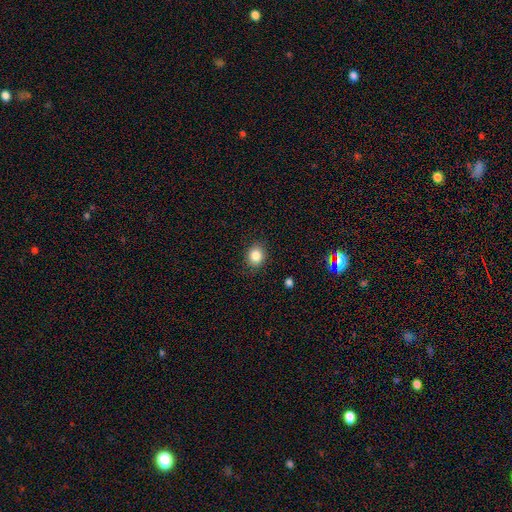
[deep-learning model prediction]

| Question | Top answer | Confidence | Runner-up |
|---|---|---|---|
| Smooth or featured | smooth | 84% | star or artifact (10%) |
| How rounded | round | 62% | in between (37%) |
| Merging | none | 87% | minor disturbance (9%) |